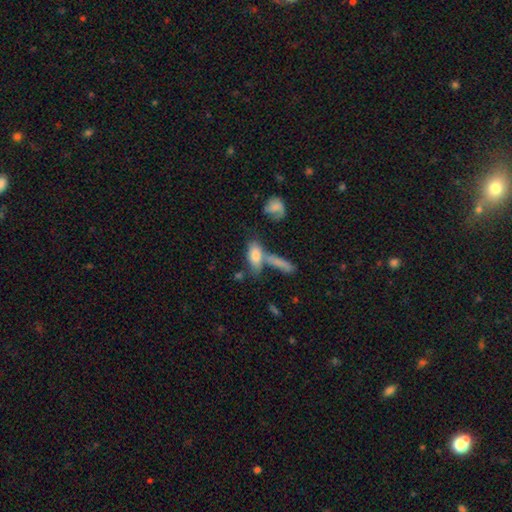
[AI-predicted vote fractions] Q: Smooth or featured?
A: smooth (76%); runner-up: featured or disk (16%)
Q: How rounded?
A: in between (75%); runner-up: cigar-shaped (21%)
Q: Merging?
A: merger (40%); runner-up: none (39%)